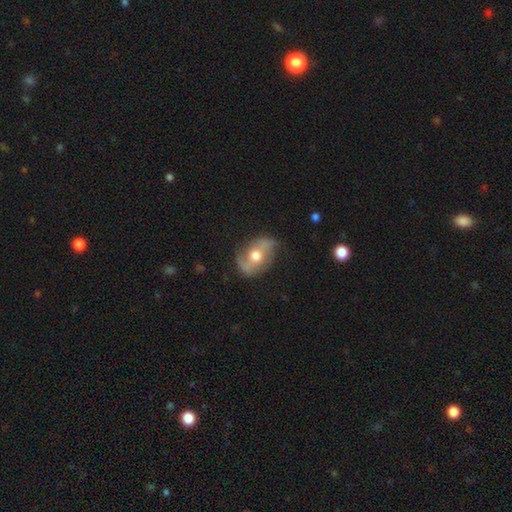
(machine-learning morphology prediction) Overall: featured or disk (66%; smooth 27%). Edge-on disk: no (91%). Bar: no (44%; weak 35%). Spiral arms: yes (68%; no 32%). Bulge size: moderate (71%). Merging: none (67%).